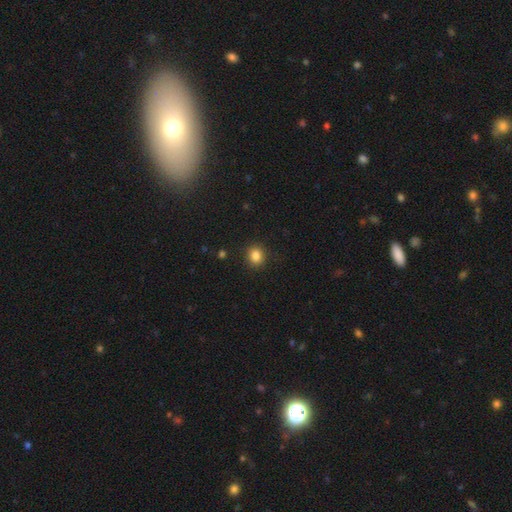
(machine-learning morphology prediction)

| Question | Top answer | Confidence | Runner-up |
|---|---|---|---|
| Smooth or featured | smooth | 85% | star or artifact (11%) |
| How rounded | round | 78% | in between (21%) |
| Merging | none | 90% | minor disturbance (6%) |